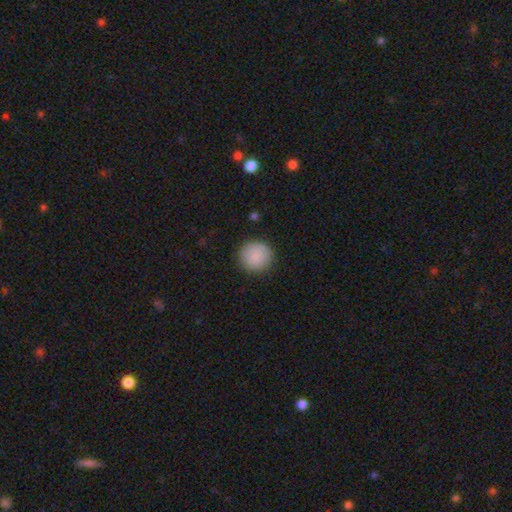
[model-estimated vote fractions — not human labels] smooth 88%, star or artifact 8%, featured or disk 5%. Down the decision tree: how rounded — round (93%); merging — none (88%).